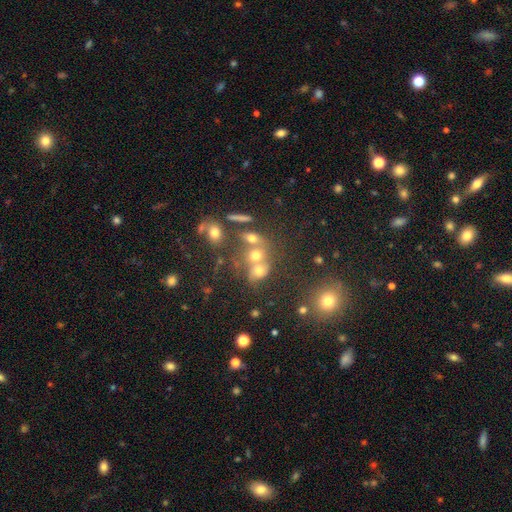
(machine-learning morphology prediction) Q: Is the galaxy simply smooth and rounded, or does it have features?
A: smooth — 47%.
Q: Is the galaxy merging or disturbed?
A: merger — 45%.